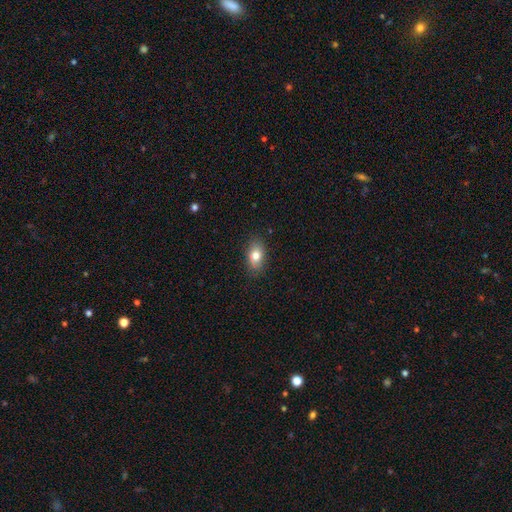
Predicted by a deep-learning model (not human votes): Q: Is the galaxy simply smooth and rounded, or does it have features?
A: smooth — 77%.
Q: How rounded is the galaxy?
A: in between — 84%.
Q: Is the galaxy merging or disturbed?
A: none — 85%.